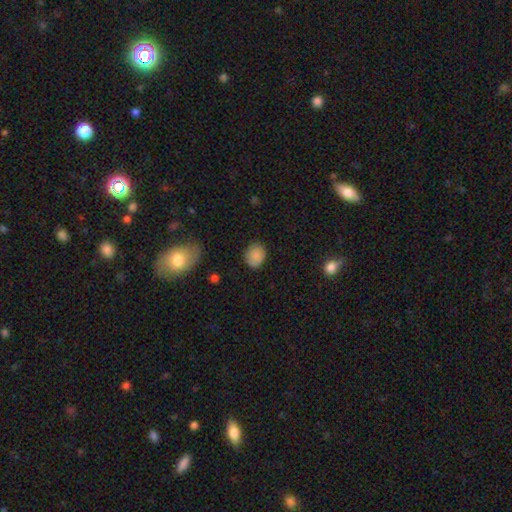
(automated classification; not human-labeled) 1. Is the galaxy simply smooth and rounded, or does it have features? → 85% smooth, 9% star or artifact, 6% featured or disk.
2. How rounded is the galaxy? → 58% round, 41% in between, 1% cigar-shaped.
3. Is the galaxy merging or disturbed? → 81% none, 15% minor disturbance, 3% major disturbance, 1% merger.